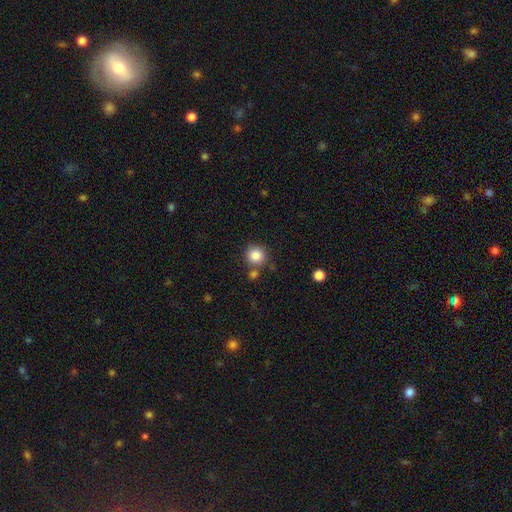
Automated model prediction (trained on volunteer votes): This is clearly a smooth galaxy (85%). How rounded: clearly round (91%). Merging: likely none (74%).